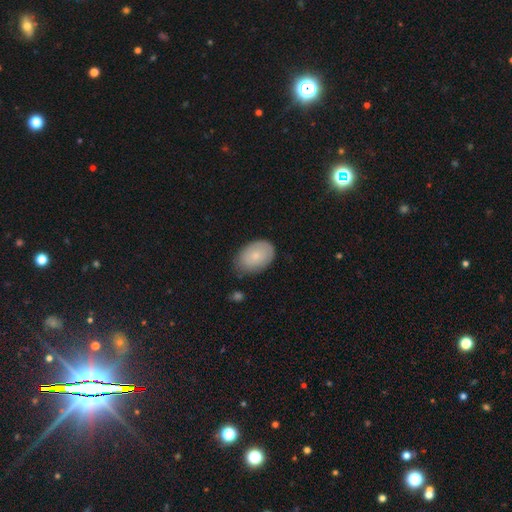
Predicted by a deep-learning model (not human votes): Overall: smooth (72%). How rounded: in between (83%). Merging: none (69%).